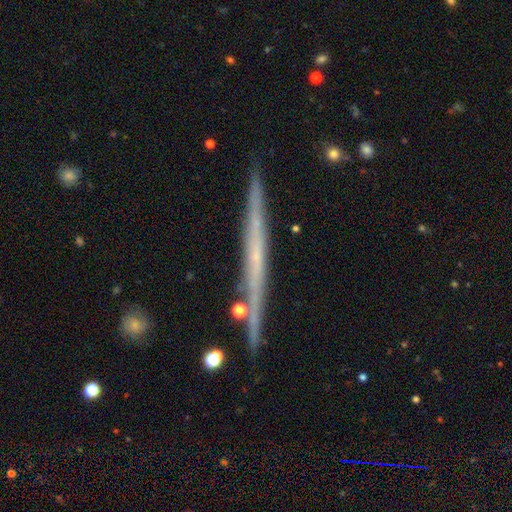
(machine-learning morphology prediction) Smooth or featured? Predicted: featured or disk (p=0.65). Edge-on disk? Predicted: yes (p=0.97). Edge-on bulge? Predicted: none (p=0.85). Merging? Predicted: none (p=0.88).